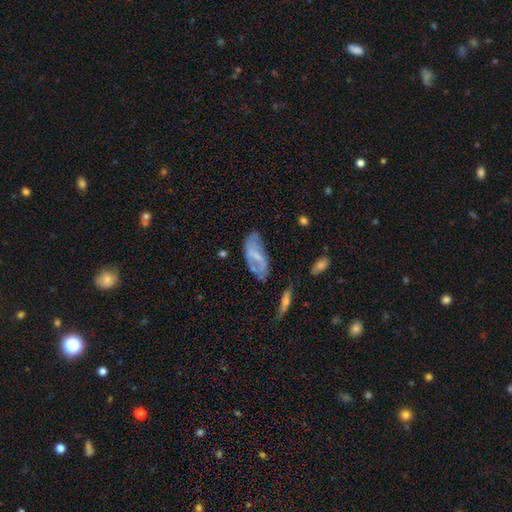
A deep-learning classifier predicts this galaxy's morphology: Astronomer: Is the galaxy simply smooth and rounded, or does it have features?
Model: featured or disk — 58% (runner-up: smooth, 34%).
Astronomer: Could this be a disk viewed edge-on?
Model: no — 89%.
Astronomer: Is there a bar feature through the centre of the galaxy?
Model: weak — 42% (runner-up: strong, 33%).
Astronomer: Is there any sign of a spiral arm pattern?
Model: yes — 61% (runner-up: no, 39%).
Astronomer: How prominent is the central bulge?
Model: small — 40% (runner-up: none, 35%).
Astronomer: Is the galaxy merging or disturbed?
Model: none — 57%.